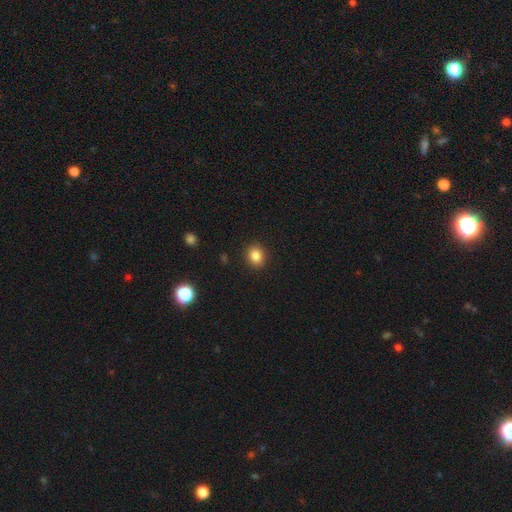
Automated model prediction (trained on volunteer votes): smooth_or_featured: smooth (p=0.85) [alt: star or artifact p=0.10]
how_rounded: round (p=0.63) [alt: in between p=0.37]
merging: none (p=0.91) [alt: minor disturbance p=0.06]